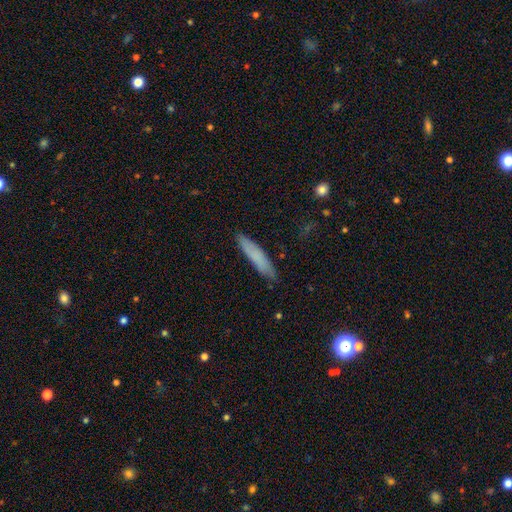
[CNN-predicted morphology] Smooth or featured? smooth (76%)
How rounded? cigar-shaped (86%)
Merging? none (85%)